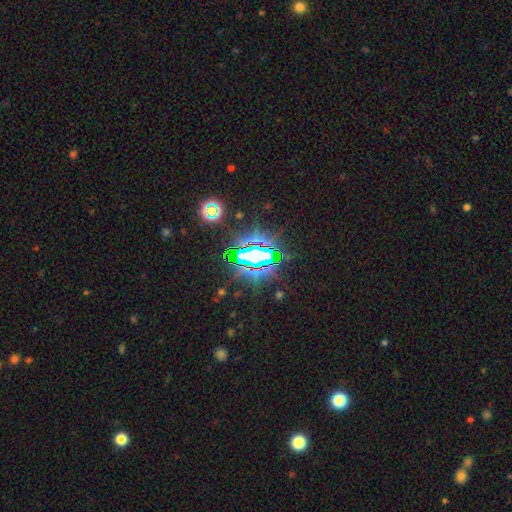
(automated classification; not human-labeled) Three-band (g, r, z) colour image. It shows a star or artifact, not a galaxy (78%).